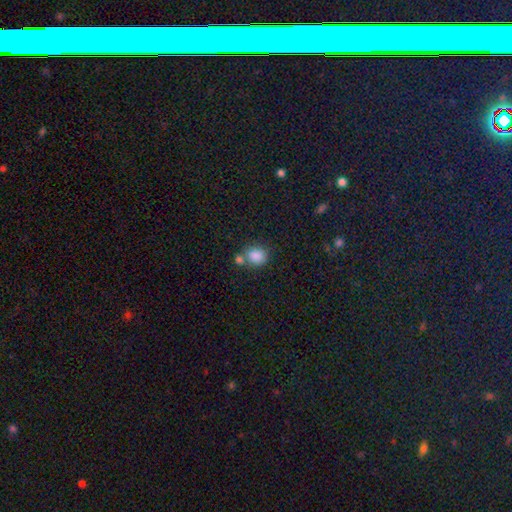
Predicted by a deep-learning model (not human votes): Overall: smooth (85%). How rounded: round (64%; in between 35%). Merging: none (54%; merger 29%).